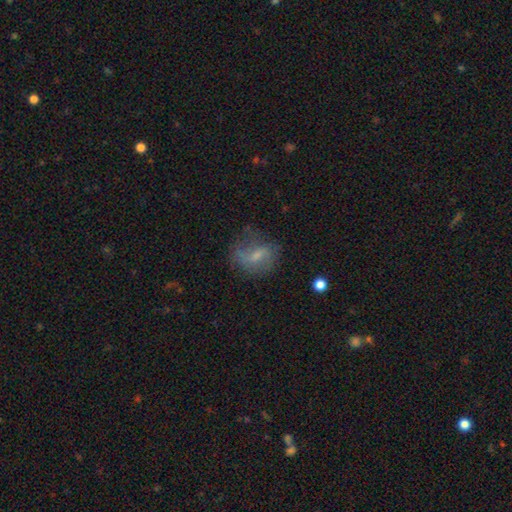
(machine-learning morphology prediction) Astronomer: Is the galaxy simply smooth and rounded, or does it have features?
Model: smooth — 47% (runner-up: featured or disk, 42%).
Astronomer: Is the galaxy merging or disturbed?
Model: none — 55%.